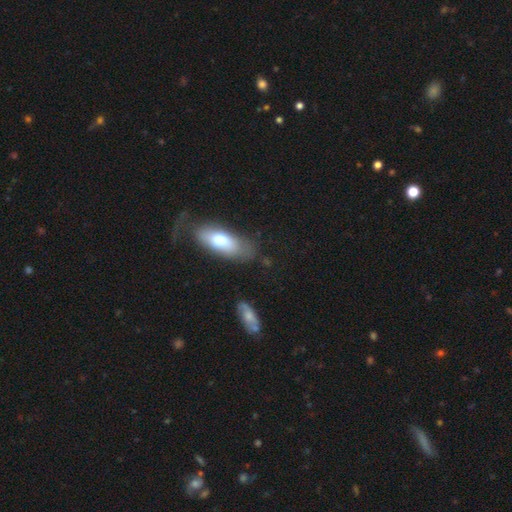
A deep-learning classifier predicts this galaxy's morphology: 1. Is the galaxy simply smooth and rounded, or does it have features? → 46% featured or disk, 43% smooth, 11% star or artifact.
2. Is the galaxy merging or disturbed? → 68% none, 19% minor disturbance, 10% major disturbance, 3% merger.